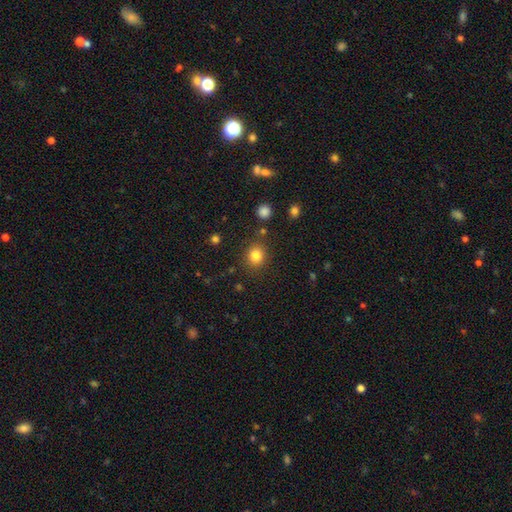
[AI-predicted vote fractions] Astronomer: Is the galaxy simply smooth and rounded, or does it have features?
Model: smooth — 82%.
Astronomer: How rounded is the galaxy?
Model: round — 81%.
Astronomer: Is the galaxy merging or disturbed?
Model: none — 85%.